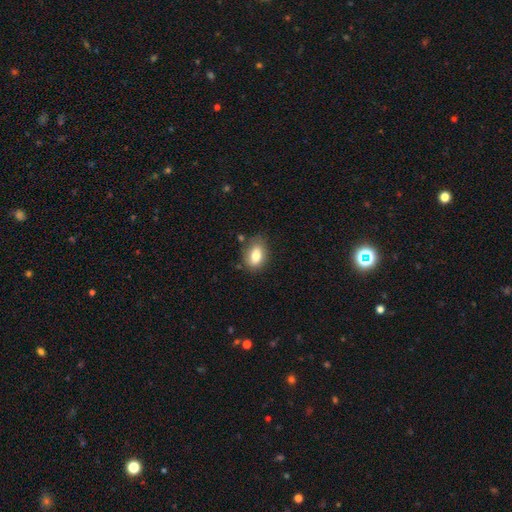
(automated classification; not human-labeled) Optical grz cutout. It shows a smooth galaxy with no disk features (81%) that is in between round and cigar-shaped (85%). Merging: none (74%).